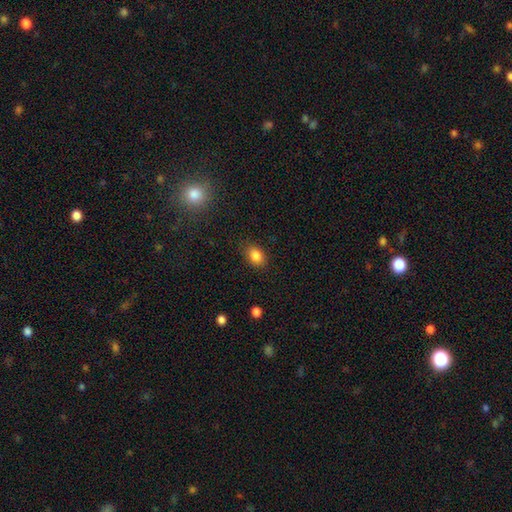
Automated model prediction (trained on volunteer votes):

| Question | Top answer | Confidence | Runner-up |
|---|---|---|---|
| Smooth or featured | smooth | 84% | star or artifact (10%) |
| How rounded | in between | 70% | round (29%) |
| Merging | none | 84% | minor disturbance (12%) |